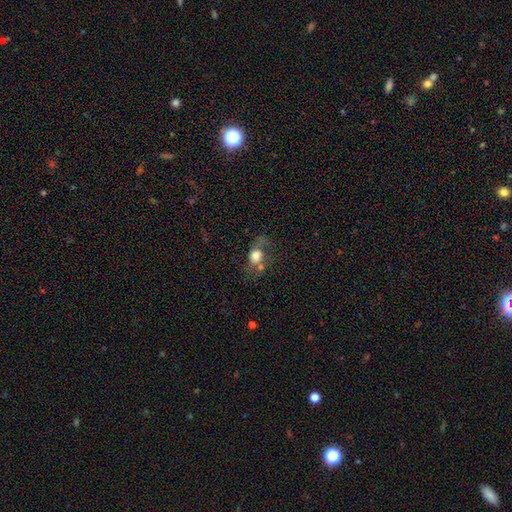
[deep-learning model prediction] Smooth or featured? Predicted: smooth (p=0.56). How rounded? Predicted: in between (p=0.54). Merging? Predicted: none (p=0.39).